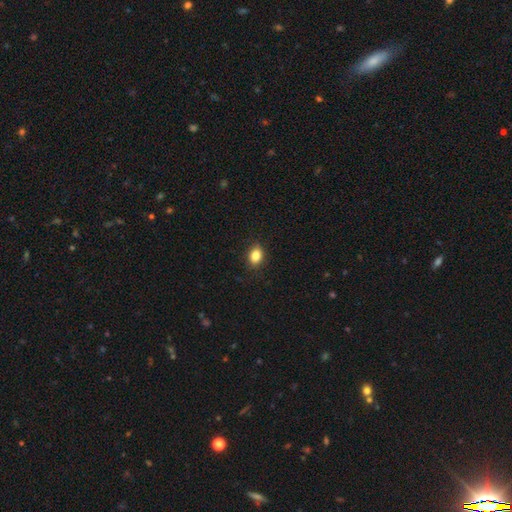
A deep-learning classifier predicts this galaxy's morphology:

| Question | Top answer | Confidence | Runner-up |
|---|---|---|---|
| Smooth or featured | smooth | 85% | star or artifact (10%) |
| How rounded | in between | 70% | round (28%) |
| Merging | none | 86% | minor disturbance (10%) |